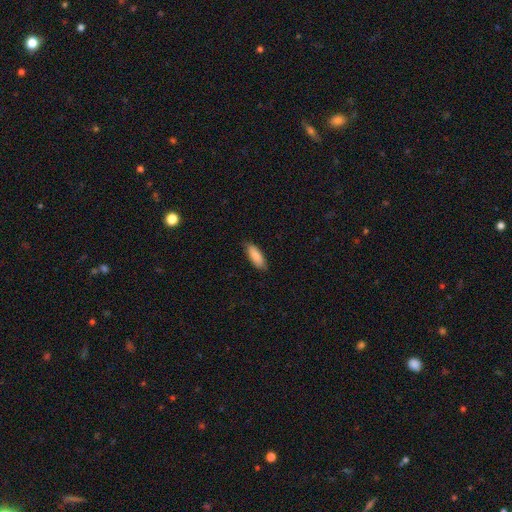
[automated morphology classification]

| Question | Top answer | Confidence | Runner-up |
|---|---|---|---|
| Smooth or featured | smooth | 88% | featured or disk (6%) |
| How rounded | in between | 64% | cigar-shaped (34%) |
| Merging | none | 82% | minor disturbance (15%) |